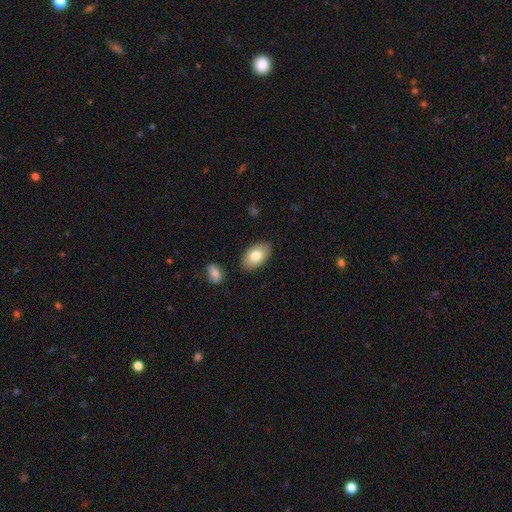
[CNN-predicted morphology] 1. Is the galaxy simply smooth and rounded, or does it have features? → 79% smooth, 15% featured or disk, 7% star or artifact.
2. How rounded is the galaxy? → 94% in between, 5% round, 1% cigar-shaped.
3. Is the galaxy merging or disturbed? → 86% none, 10% minor disturbance, 2% major disturbance, 2% merger.